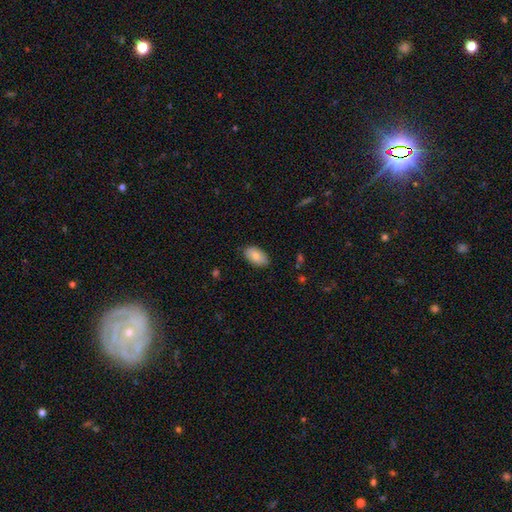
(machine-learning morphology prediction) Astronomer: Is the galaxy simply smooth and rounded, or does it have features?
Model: smooth — 77%.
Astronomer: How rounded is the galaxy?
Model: in between — 93%.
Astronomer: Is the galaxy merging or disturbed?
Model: none — 85%.